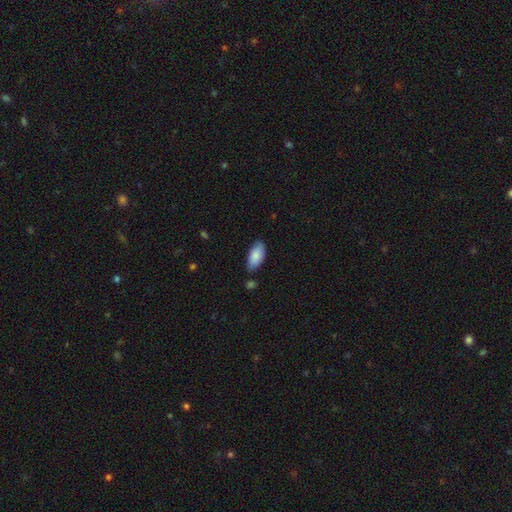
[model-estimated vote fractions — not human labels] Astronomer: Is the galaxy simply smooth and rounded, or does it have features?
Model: smooth — 86%.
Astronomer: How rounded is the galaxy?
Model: in between — 92%.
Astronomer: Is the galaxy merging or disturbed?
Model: none — 76%.